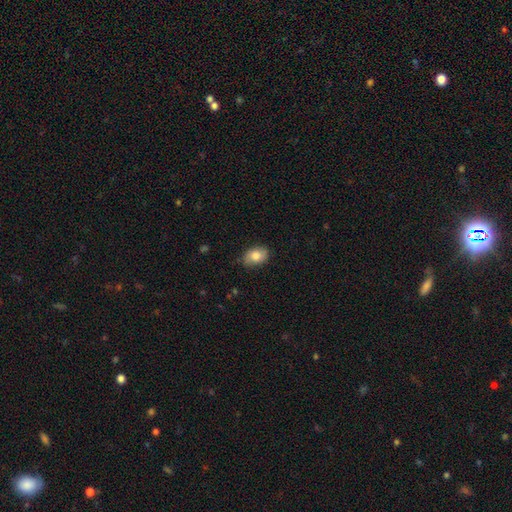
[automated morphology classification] Smooth or featured? smooth (82%)
How rounded? in between (83%)
Merging? none (80%)